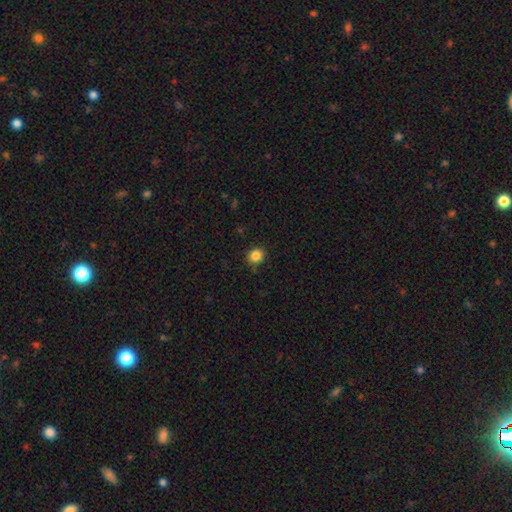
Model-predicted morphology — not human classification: Smooth or featured? Predicted: smooth (p=0.85). How rounded? Predicted: round (p=0.87). Merging? Predicted: none (p=0.88).